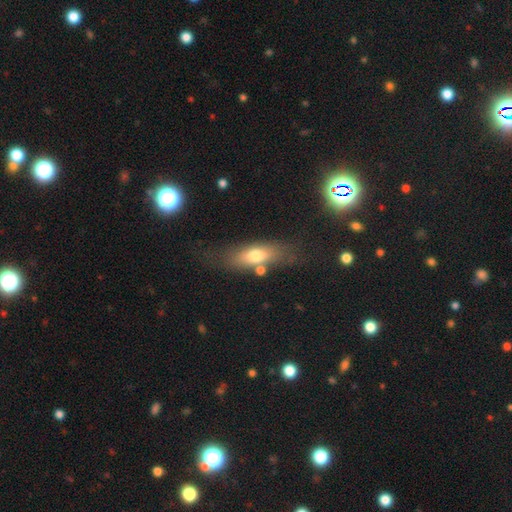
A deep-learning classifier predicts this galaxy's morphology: smooth-or-featured: smooth: 66% | featured or disk: 26% | star or artifact: 8%
  how-rounded: in between: 66% | cigar-shaped: 29% | round: 5%
  merging: none: 62% | minor disturbance: 18% | merger: 11% | major disturbance: 9%